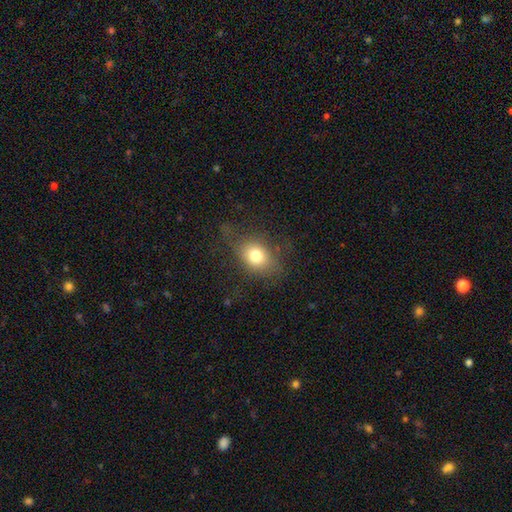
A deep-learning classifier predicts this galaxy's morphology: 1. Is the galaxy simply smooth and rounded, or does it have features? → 74% smooth, 14% featured or disk, 12% star or artifact.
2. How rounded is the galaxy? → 53% in between, 45% round, 2% cigar-shaped.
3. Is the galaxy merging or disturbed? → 63% none, 21% minor disturbance, 14% major disturbance, 2% merger.